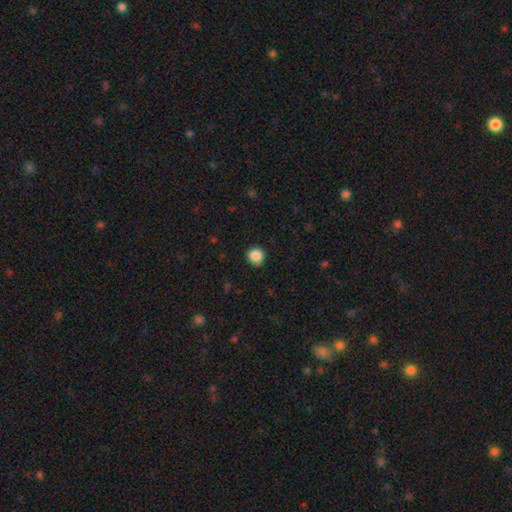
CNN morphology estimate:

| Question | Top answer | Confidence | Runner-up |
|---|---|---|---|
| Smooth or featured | smooth | 88% | star or artifact (10%) |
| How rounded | round | 92% | in between (7%) |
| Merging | none | 90% | minor disturbance (7%) |